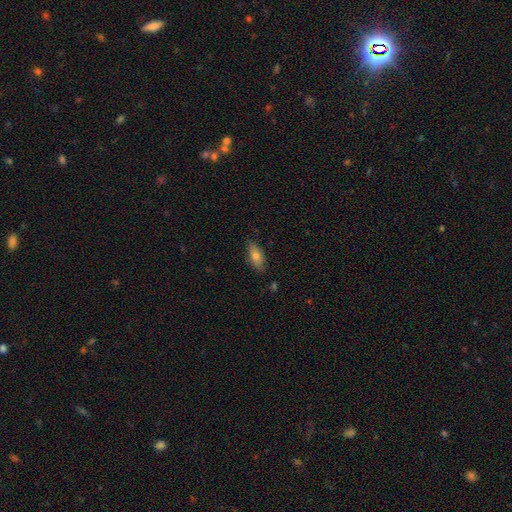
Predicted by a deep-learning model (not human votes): The model was most divided on "smooth or featured": smooth: 76%, featured or disk: 17%, star or artifact: 8%. More confident: how rounded — in between (86%); merging — none (79%).